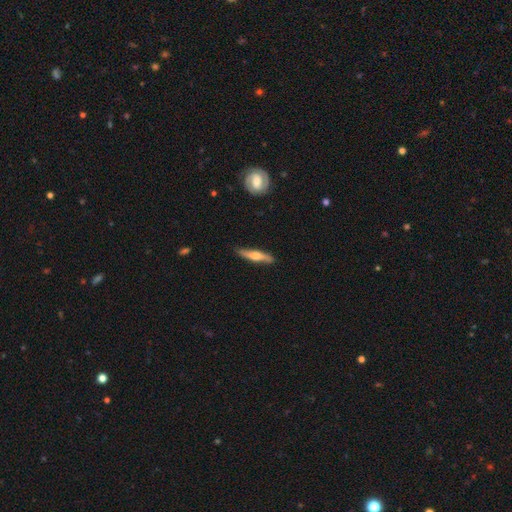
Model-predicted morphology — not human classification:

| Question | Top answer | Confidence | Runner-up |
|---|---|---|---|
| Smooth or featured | featured or disk | 52% | smooth (43%) |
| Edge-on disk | yes | 86% | no (14%) |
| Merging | none | 84% | minor disturbance (13%) |